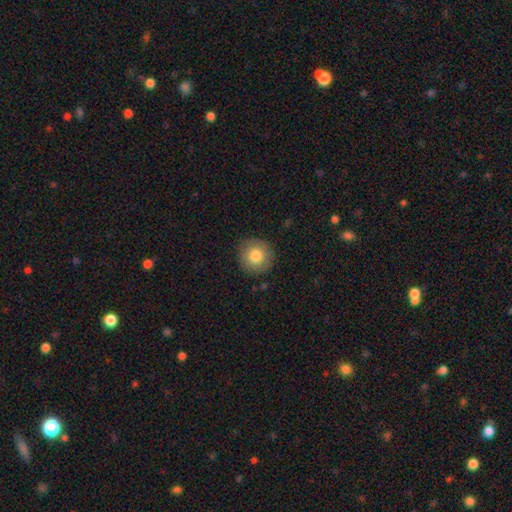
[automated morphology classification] Overall: smooth (81%). How rounded: round (94%). Merging: none (88%).